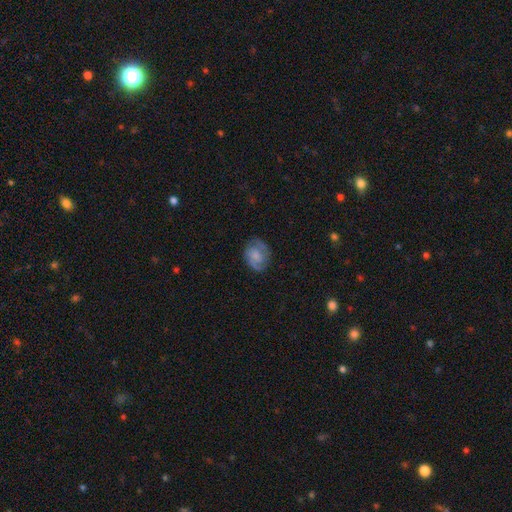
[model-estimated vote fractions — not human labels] Smooth or featured? Predicted: featured or disk (p=0.55). Edge-on disk? Predicted: no (p=0.97). Bar? Predicted: no (p=0.66). Spiral arms? Predicted: yes (p=0.86). Bulge size? Predicted: none (p=0.34). Merging? Predicted: none (p=0.73).